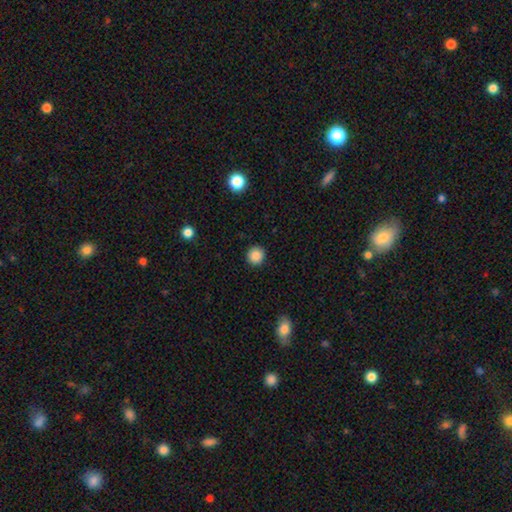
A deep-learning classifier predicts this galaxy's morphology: smooth_or_featured: smooth (p=0.87) [alt: star or artifact p=0.09]
how_rounded: round (p=0.94) [alt: in between p=0.05]
merging: none (p=0.93) [alt: minor disturbance p=0.05]